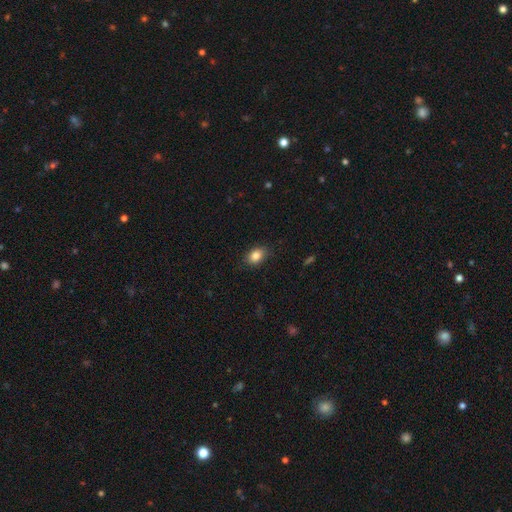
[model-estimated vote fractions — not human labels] smooth 85%, star or artifact 9%, featured or disk 6%. Down the decision tree: how rounded — in between (78%); merging — none (83%).